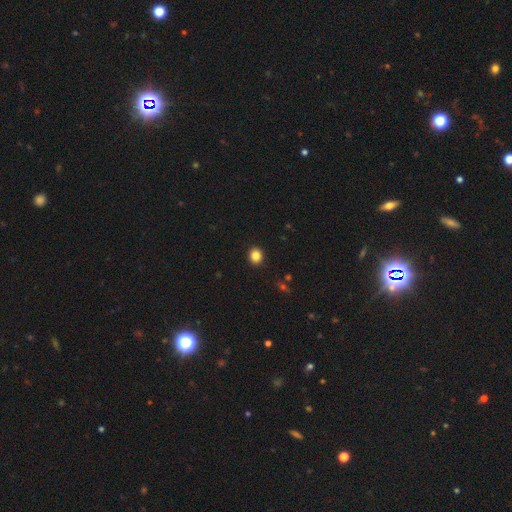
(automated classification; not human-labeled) Smooth or featured?
  - smooth: 85% *
  - star or artifact: 11%
  - featured or disk: 5%
How rounded?
  - round: 74% *
  - in between: 25%
  - cigar-shaped: 1%
Merging?
  - none: 92% *
  - minor disturbance: 5%
  - major disturbance: 2%
  - merger: 1%